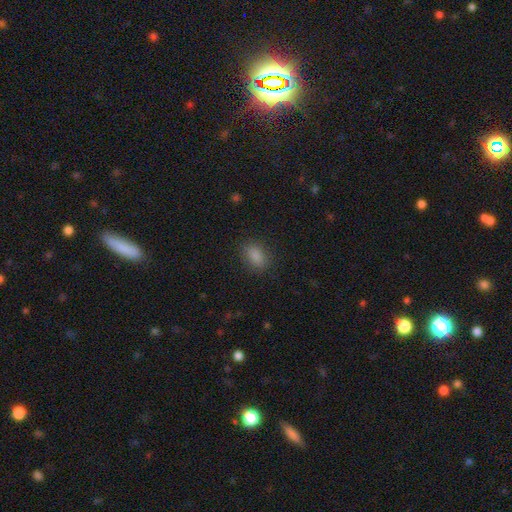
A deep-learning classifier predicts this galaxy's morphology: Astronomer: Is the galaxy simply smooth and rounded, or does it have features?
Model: smooth — 86%.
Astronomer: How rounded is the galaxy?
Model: in between — 83%.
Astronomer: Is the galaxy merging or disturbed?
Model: none — 84%.